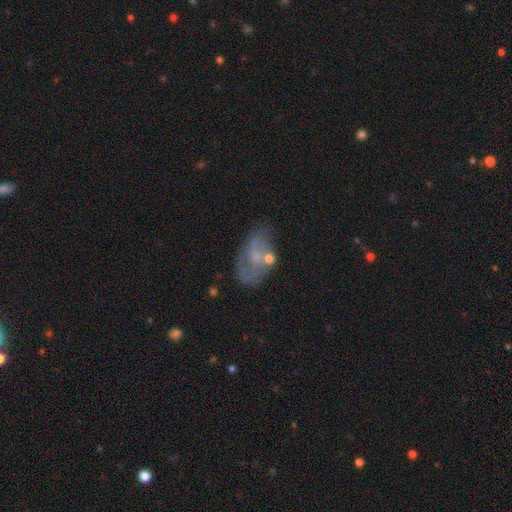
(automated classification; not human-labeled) Smooth or featured? featured or disk (57%)
Edge-on disk? no (95%)
Bar? no (65%)
Spiral arms? yes (60%)
Bulge size? small (46%)
Merging? none (50%)